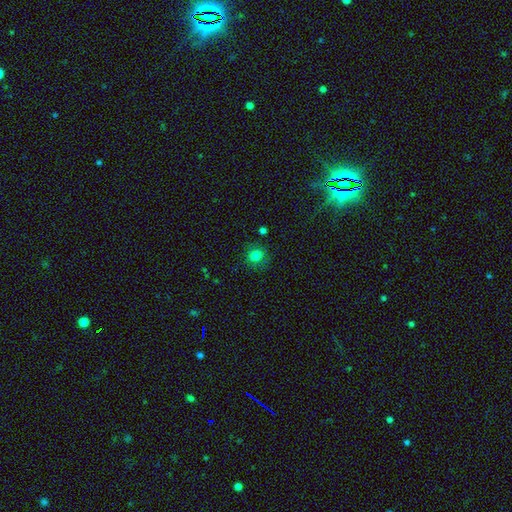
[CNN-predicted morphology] Overall: smooth (80%). How rounded: round (84%). Merging: none (81%).